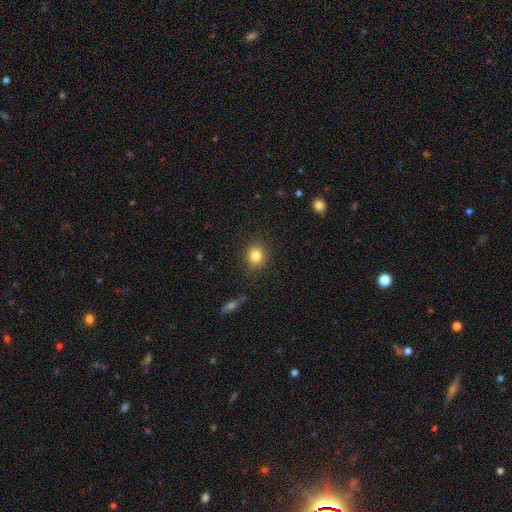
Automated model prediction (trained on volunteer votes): Smooth or featured? Predicted: smooth (p=0.83). How rounded? Predicted: round (p=0.77). Merging? Predicted: none (p=0.89).